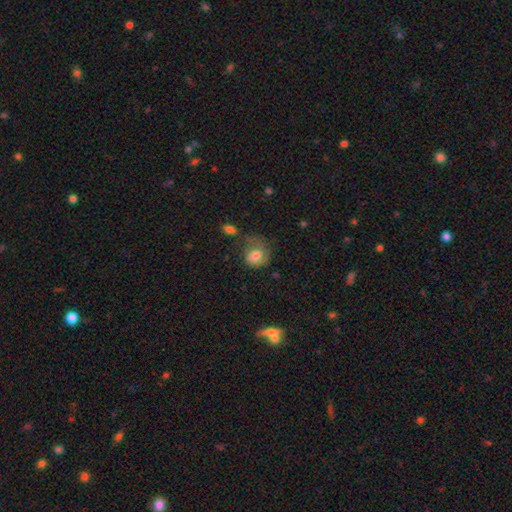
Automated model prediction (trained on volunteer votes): Smooth or featured?
  - smooth: 71% *
  - featured or disk: 21%
  - star or artifact: 9%
How rounded?
  - round: 64% *
  - in between: 35%
  - cigar-shaped: 1%
Merging?
  - none: 36% *
  - minor disturbance: 30%
  - major disturbance: 27%
  - merger: 6%